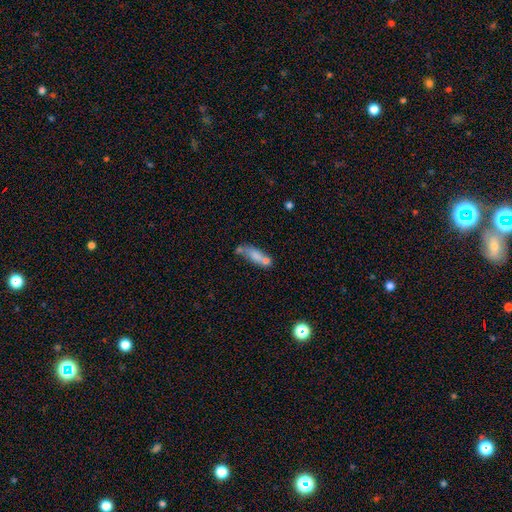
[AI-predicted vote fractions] Smooth or featured? Predicted: smooth (p=0.66). How rounded? Predicted: in between (p=0.58). Merging? Predicted: merger (p=0.41).